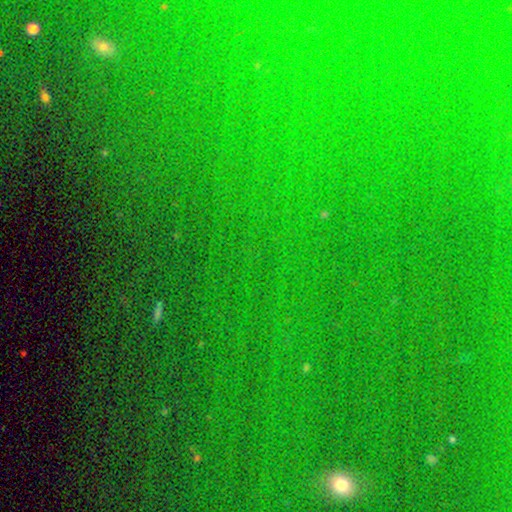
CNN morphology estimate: Smooth or featured? Predicted: star or artifact (p=0.81).